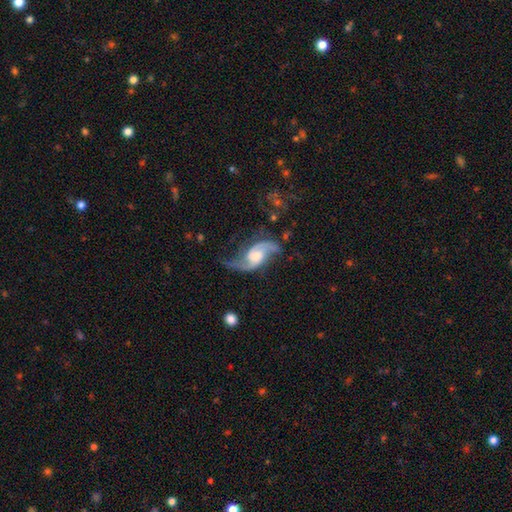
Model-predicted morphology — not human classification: smooth-or-featured: featured or disk: 89% | smooth: 7% | star or artifact: 5%
  disk-edge-on: no: 97% | yes: 3%
    bar: no: 51% | weak: 39% | strong: 10%
    has-spiral-arms: yes: 97% | no: 3%
      spiral-winding: loose: 60% | medium: 32% | tight: 8%
      spiral-arm-count: 2: 92% | can't tell: 3% | 1: 2% | 3: 2% | 4: 1% | more than 4: 1%
    bulge-size: moderate: 52% | large: 21% | small: 19% | none: 6% | dominant: 2%
  merging: none: 61% | minor disturbance: 21% | major disturbance: 15% | merger: 3%